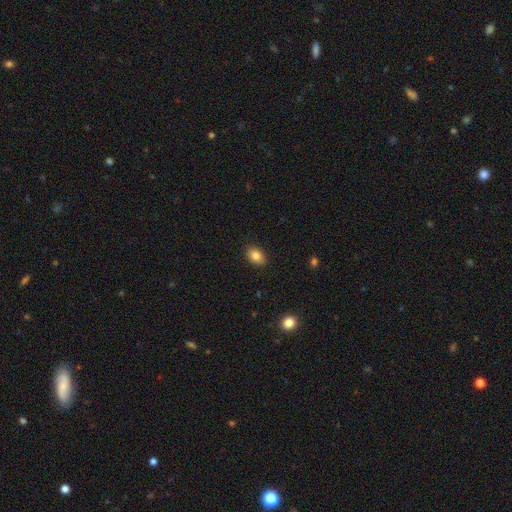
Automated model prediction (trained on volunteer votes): smooth_or_featured: smooth (p=0.84) [alt: star or artifact p=0.09]
how_rounded: in between (p=0.83) [alt: round p=0.16]
merging: none (p=0.88) [alt: minor disturbance p=0.09]